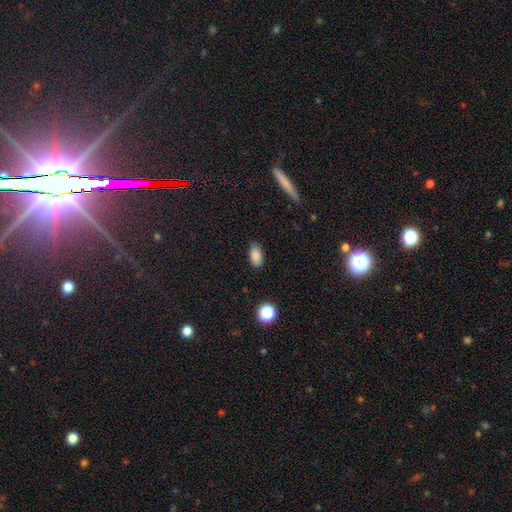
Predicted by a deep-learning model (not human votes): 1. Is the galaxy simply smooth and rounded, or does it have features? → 86% smooth, 10% star or artifact, 4% featured or disk.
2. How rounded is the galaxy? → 90% in between, 6% round, 4% cigar-shaped.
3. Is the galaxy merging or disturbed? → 77% none, 18% minor disturbance, 3% major disturbance, 1% merger.